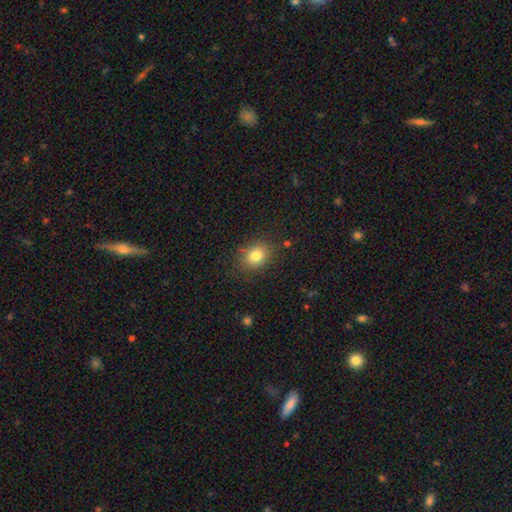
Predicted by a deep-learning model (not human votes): smooth_or_featured: smooth (p=0.81) [alt: star or artifact p=0.11]
how_rounded: round (p=0.51) [alt: in between p=0.48]
merging: none (p=0.84) [alt: minor disturbance p=0.11]